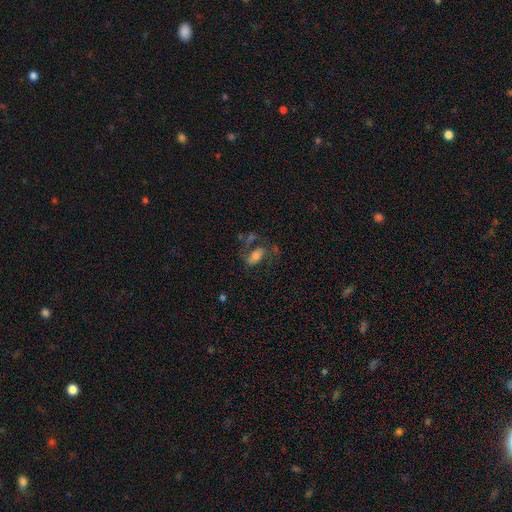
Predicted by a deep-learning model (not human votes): A smooth galaxy with no disk features (58%) that is in between round and cigar-shaped (88%).

Vote fractions:
- Smooth or featured? smooth: 58% / featured or disk: 31% / star or artifact: 11%
- How rounded? in between: 88% / round: 7% / cigar-shaped: 5%
- Merging? none: 46% / major disturbance: 23% / minor disturbance: 20% / merger: 11%